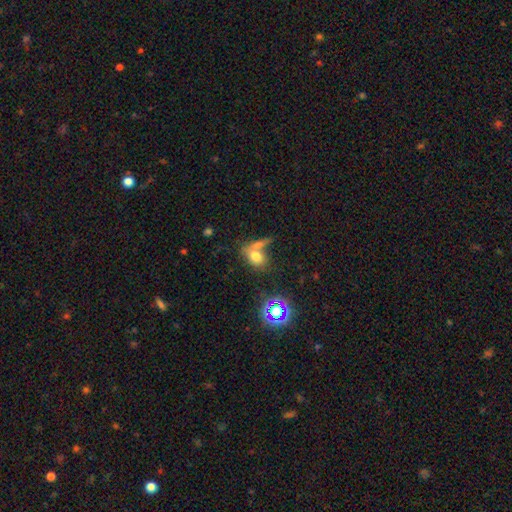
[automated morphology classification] smooth-or-featured: smooth: 70% | star or artifact: 15% | featured or disk: 15%
  how-rounded: in between: 67% | round: 30% | cigar-shaped: 3%
  merging: merger: 41% | none: 40% | minor disturbance: 12% | major disturbance: 7%